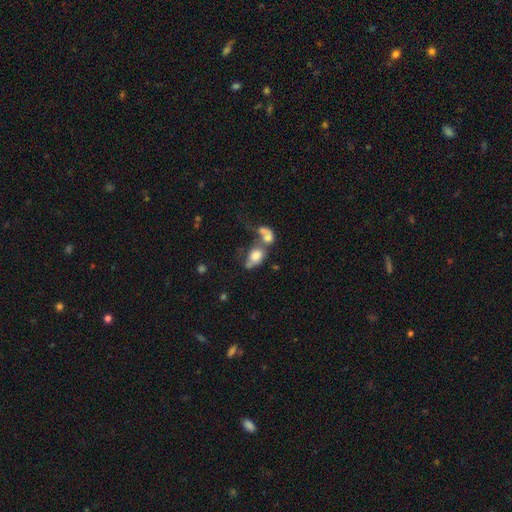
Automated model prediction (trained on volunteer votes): The model was most divided on "smooth or featured": smooth: 67%, featured or disk: 24%, star or artifact: 9%. More confident: how rounded — in between (75%); merging — merger (63%).